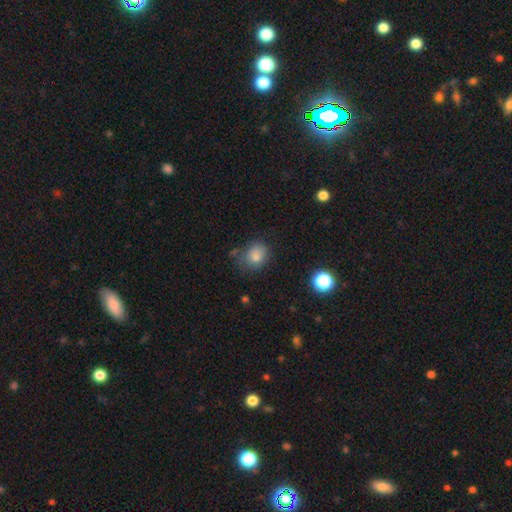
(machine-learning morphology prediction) Overall: smooth (80%). How rounded: round (59%; in between 40%). Merging: none (64%).